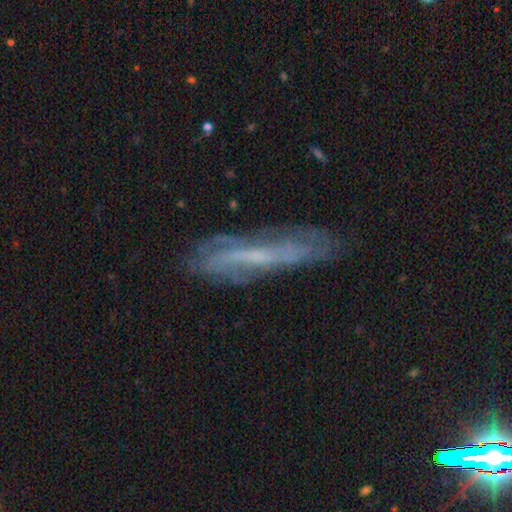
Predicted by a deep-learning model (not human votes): Smooth or featured? featured or disk (63%)
Edge-on disk? yes (54%)
Merging? none (68%)